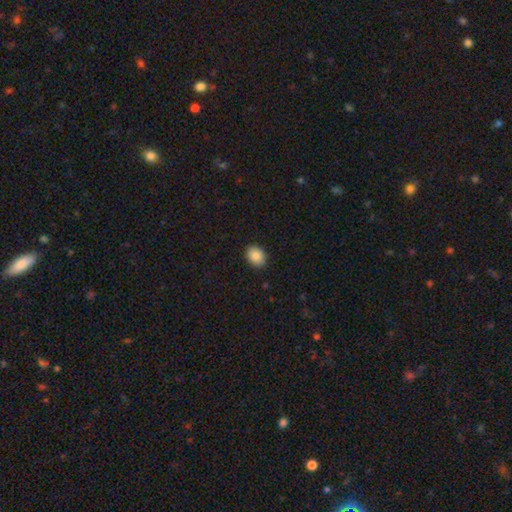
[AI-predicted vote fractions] This appears to be a smooth galaxy with no disk features (88%) that is in between round and cigar-shaped (58%). Merging: none (89%).